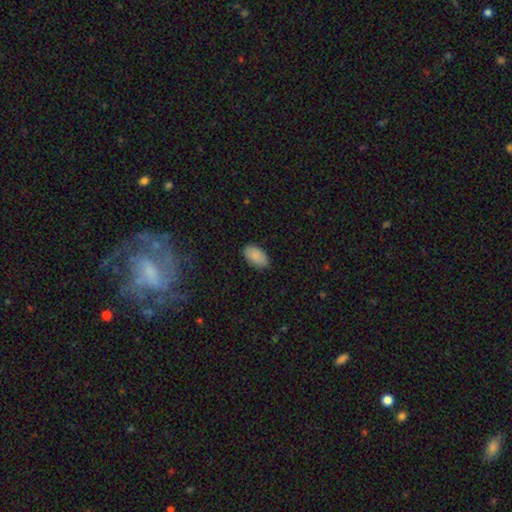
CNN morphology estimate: smooth-or-featured: smooth: 89% | star or artifact: 7% | featured or disk: 5%
  how-rounded: in between: 94% | round: 4% | cigar-shaped: 1%
  merging: none: 85% | minor disturbance: 12% | major disturbance: 2% | merger: 1%